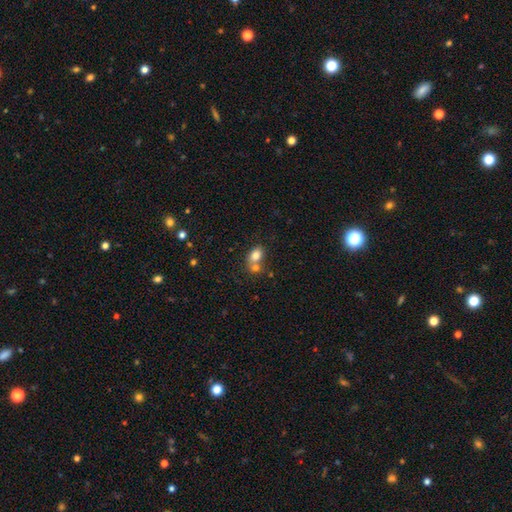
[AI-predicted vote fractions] Overall: smooth (79%). How rounded: in between (75%). Merging: merger (44%; none 42%).